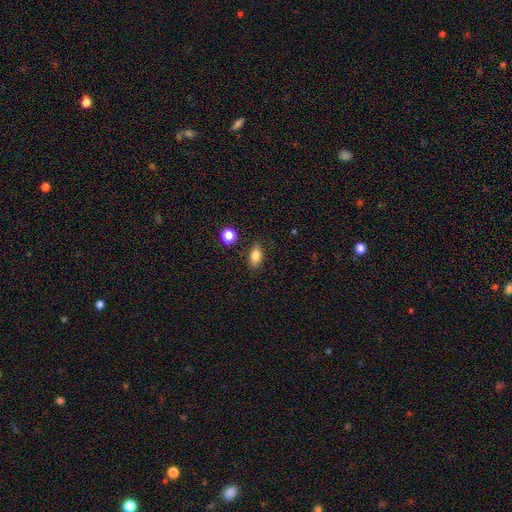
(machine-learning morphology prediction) A smooth galaxy with no disk features (79%) that is in between round and cigar-shaped (80%). Merging: none (84%).